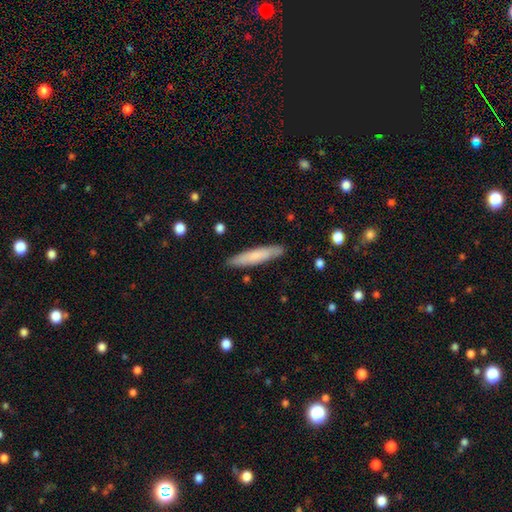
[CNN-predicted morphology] Smooth or featured? Predicted: smooth (p=0.72). How rounded? Predicted: cigar-shaped (p=0.88). Merging? Predicted: none (p=0.87).